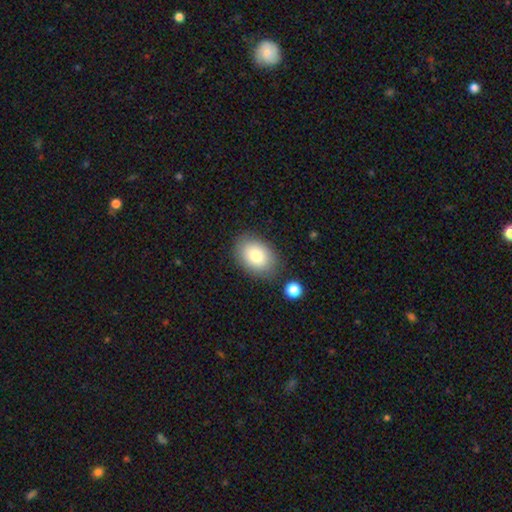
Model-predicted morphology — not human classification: The model was most divided on "how rounded": in between: 81%, round: 18%, cigar-shaped: 1%. More confident: merging — none (81%); smooth or featured — smooth (81%).